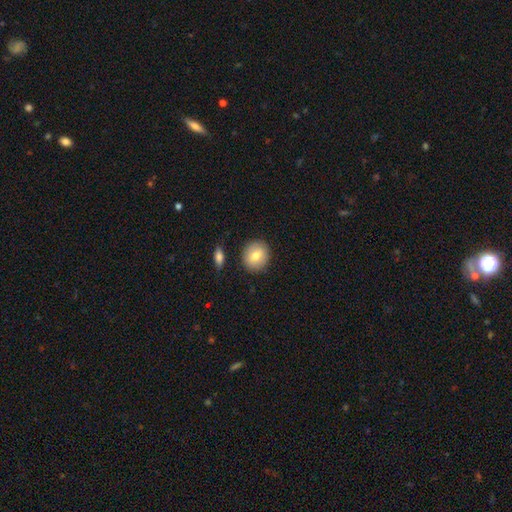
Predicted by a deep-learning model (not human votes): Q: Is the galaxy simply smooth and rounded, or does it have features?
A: smooth — 78%.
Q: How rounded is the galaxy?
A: round — 79%.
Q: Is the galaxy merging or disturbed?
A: none — 87%.